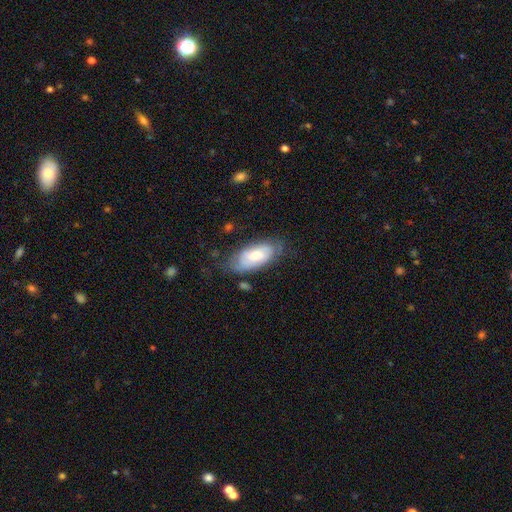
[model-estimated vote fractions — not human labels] Smooth or featured: smooth — 53% (featured or disk — 41%)
How rounded: in between — 89% (cigar-shaped — 8%)
Merging: none — 61% (minor disturbance — 27%)